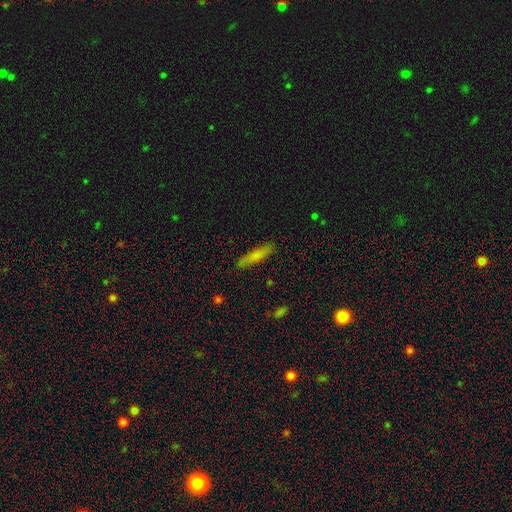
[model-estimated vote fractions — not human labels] Smooth or featured? smooth (75%)
How rounded? cigar-shaped (81%)
Merging? none (86%)